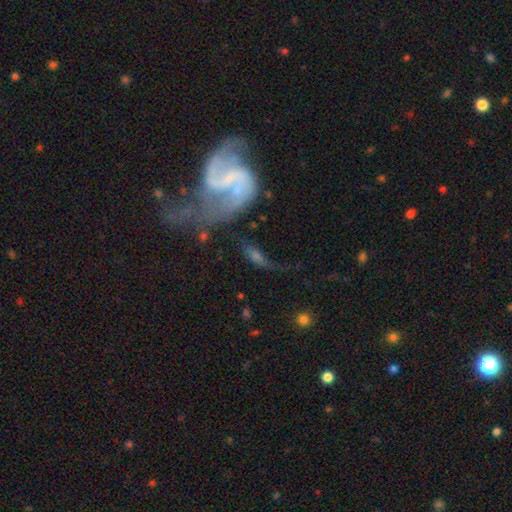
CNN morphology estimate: The model was most divided on "bar" (2-way tie): no: 38%, weak: 38%, strong: 24%. Remaining: edge-on disk — no (85%); spiral arms — yes (83%); smooth or featured — featured or disk (68%); bulge size — small (47%); merging — none (41%).